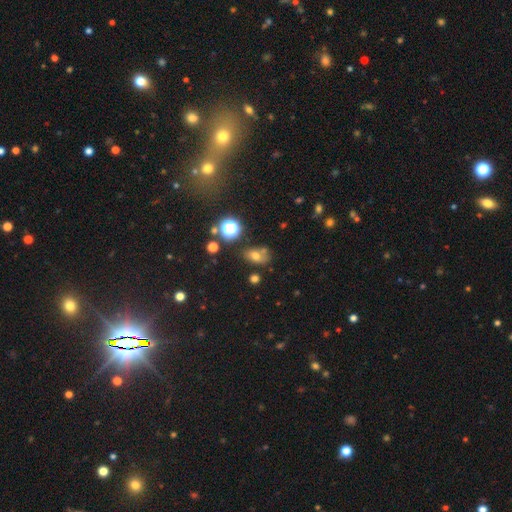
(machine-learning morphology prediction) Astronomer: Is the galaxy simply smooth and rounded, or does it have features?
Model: smooth — 66%.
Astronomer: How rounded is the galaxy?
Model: in between — 75%.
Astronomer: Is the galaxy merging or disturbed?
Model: none — 63%.